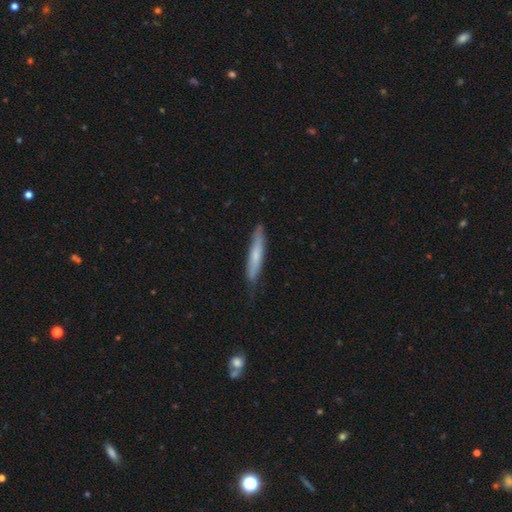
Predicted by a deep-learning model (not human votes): Smooth or featured: smooth — 62% (featured or disk — 33%)
How rounded: cigar-shaped — 93% (in between — 6%)
Merging: none — 74% (minor disturbance — 21%)